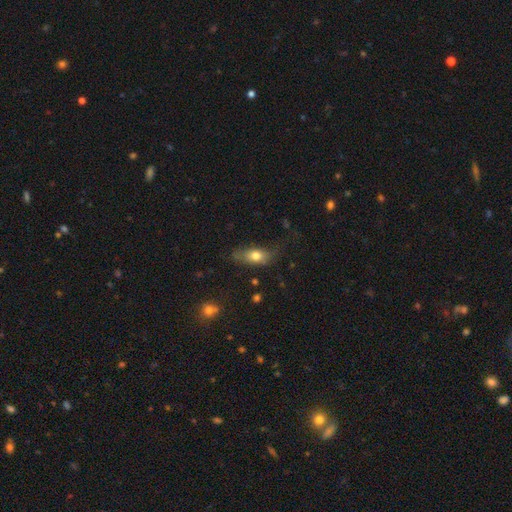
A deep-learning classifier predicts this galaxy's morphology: smooth_or_featured: smooth (p=0.72) [alt: featured or disk p=0.20]
how_rounded: in between (p=0.76) [alt: cigar-shaped p=0.16]
merging: none (p=0.57) [alt: minor disturbance p=0.28]